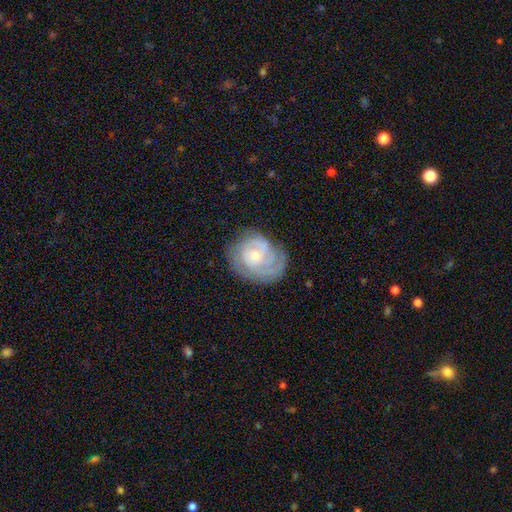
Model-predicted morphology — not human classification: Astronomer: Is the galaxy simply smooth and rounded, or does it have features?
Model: featured or disk — 72%.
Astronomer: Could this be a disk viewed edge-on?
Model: no — 97%.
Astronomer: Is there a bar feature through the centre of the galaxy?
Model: no — 73%.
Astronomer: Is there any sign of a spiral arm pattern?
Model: yes — 89%.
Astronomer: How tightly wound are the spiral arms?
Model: tight — 63%.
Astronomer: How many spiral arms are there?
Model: can't tell — 38% (runner-up: 2, 26%).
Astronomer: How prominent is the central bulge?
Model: small — 57% (runner-up: moderate, 37%).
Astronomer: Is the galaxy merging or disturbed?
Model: none — 66%.